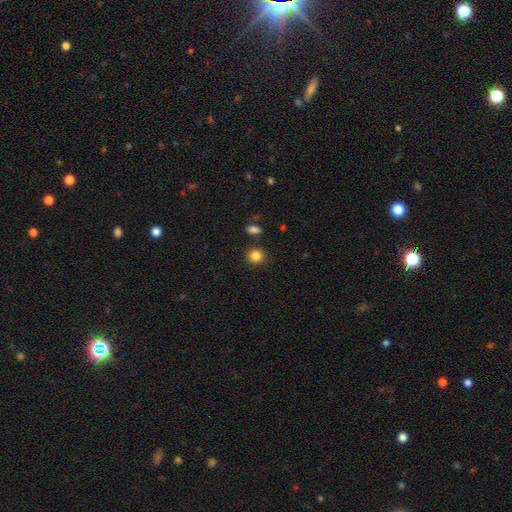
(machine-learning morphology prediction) This appears to be a smooth galaxy with no disk features (85%) that is round (86%). Merging: none (86%).